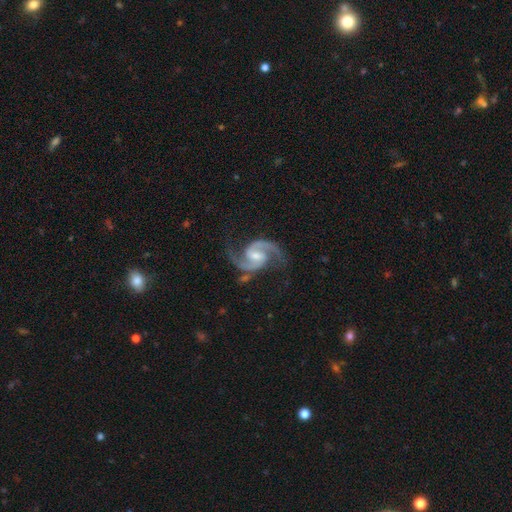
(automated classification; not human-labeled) This is clearly a featured or disk galaxy (94%). It is clearly not viewed edge-on (98%). Bar: possibly weak (54%). Spiral arm pattern: clearly yes (99%). Spiral arm count: clearly 2 (95%). Spiral winding: likely medium (63%). Central bulge: possibly moderate (51%). Merging: likely none (77%).